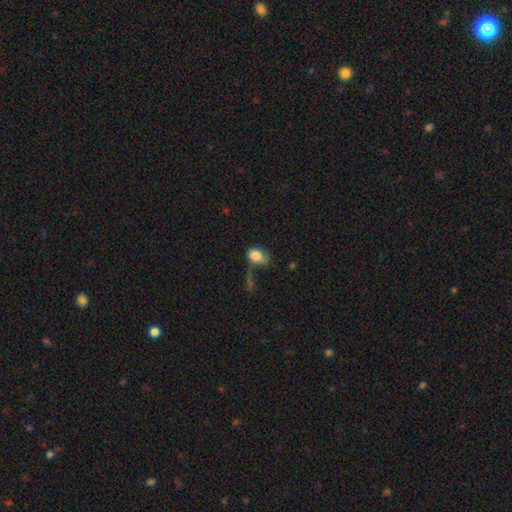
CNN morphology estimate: This is likely a smooth galaxy (79%). How rounded: possibly in between (58%). Merging: marginally major disturbance (34%).